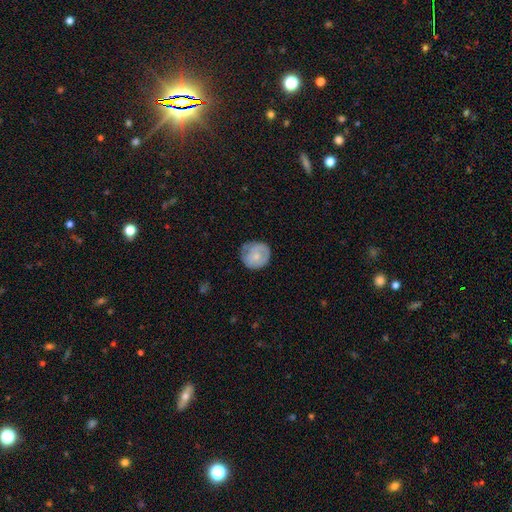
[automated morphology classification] Overall: smooth (66%; featured or disk 27%). How rounded: round (87%). Merging: none (63%; minor disturbance 28%).